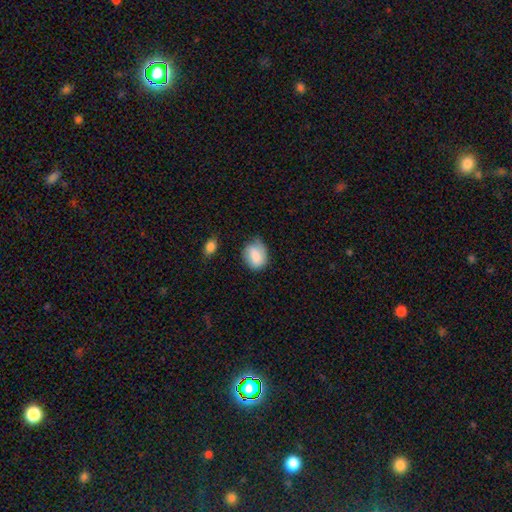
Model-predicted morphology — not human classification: Smooth or featured?
  - smooth: 80% *
  - featured or disk: 12%
  - star or artifact: 7%
How rounded?
  - in between: 54% *
  - round: 45%
  - cigar-shaped: 1%
Merging?
  - none: 59% *
  - minor disturbance: 31%
  - major disturbance: 8%
  - merger: 2%